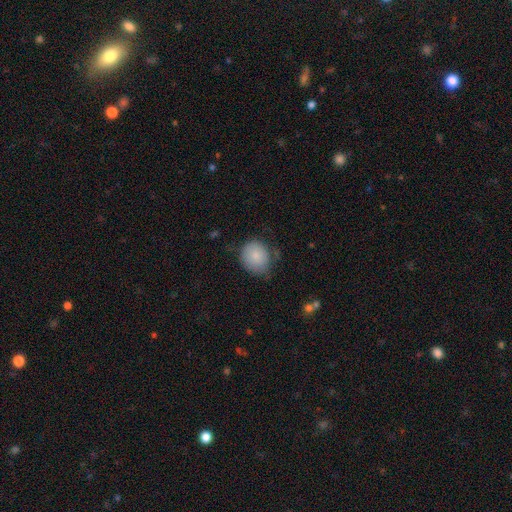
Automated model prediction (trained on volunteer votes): smooth 82%, featured or disk 11%, star or artifact 7%. Down the decision tree: how rounded — round (75%); merging — none (61%).